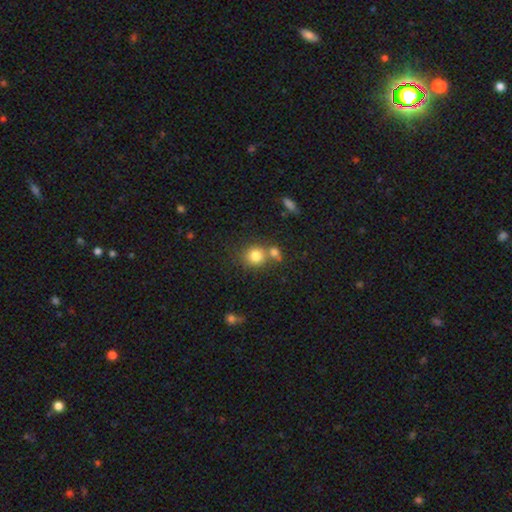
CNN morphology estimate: A smooth galaxy with no disk features (81%) that is round (84%).

Vote fractions:
- Smooth or featured? smooth: 81% / star or artifact: 11% / featured or disk: 8%
- How rounded? round: 84% / in between: 15% / cigar-shaped: 1%
- Merging? none: 56% / merger: 30% / minor disturbance: 10% / major disturbance: 4%